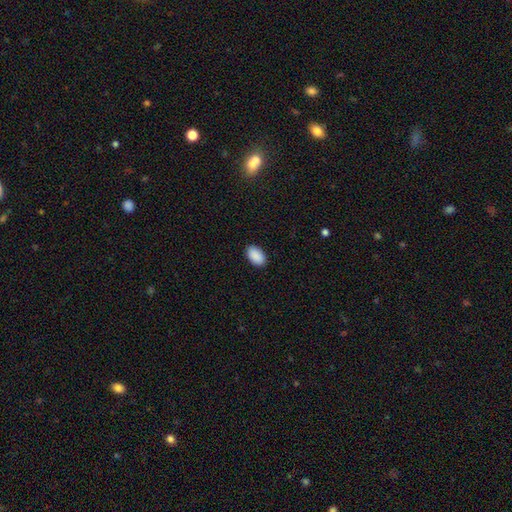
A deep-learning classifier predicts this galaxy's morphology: smooth 91%, star or artifact 6%, featured or disk 2%. Down the decision tree: how rounded — in between (94%); merging — none (90%).